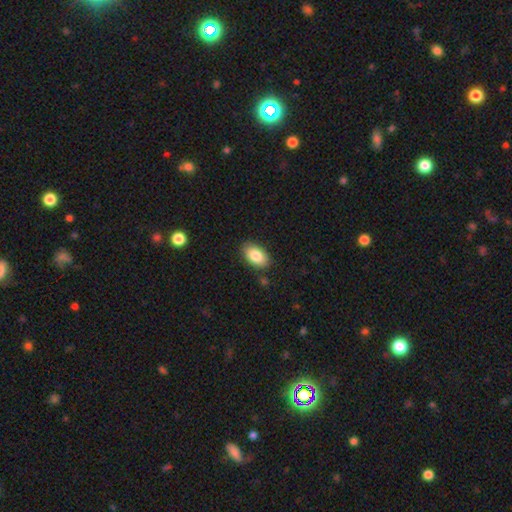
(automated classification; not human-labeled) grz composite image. It shows a smooth galaxy with no disk features (84%) that is in between round and cigar-shaped (93%). Merging: none (85%).